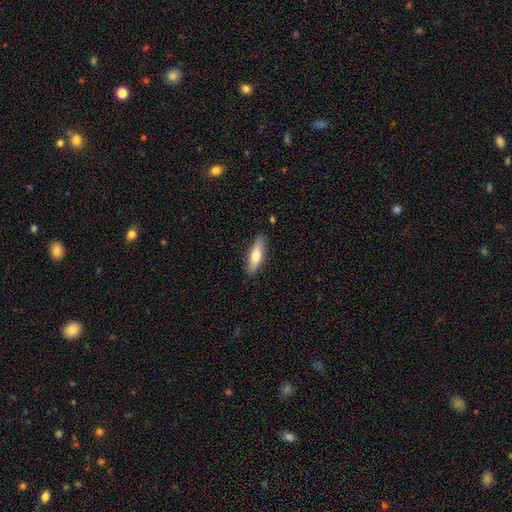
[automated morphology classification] The model was most divided on "how rounded": cigar-shaped: 55%, in between: 43%, round: 2%. More confident: merging — none (85%); smooth or featured — smooth (64%).